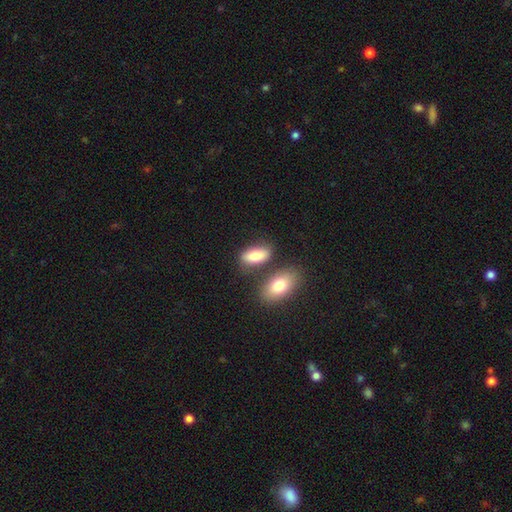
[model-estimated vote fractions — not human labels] A smooth galaxy with no disk features (80%) that is in between round and cigar-shaped (87%). Merging: none (66%).